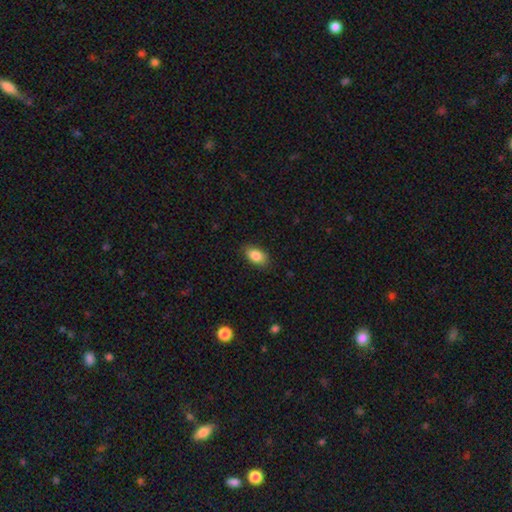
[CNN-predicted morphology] smooth_or_featured: smooth (p=0.86) [alt: star or artifact p=0.07]
how_rounded: in between (p=0.91) [alt: round p=0.07]
merging: none (p=0.85) [alt: minor disturbance p=0.12]